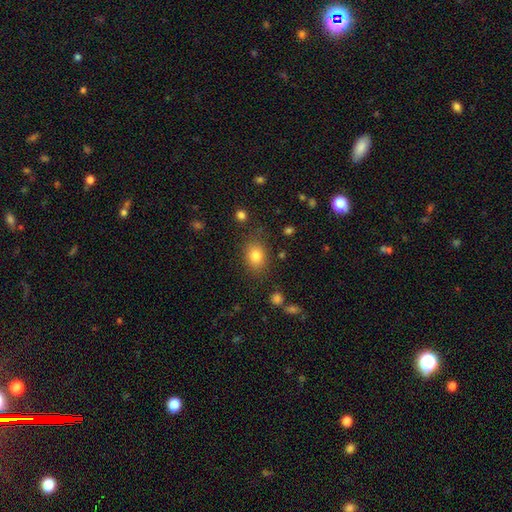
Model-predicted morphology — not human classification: Overall: smooth (81%). How rounded: in between (60%; round 39%). Merging: none (80%).